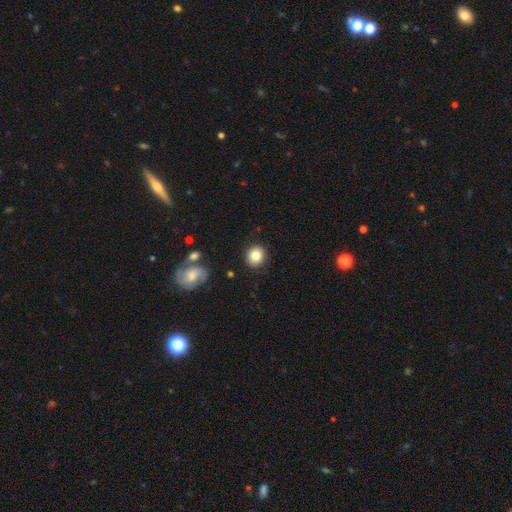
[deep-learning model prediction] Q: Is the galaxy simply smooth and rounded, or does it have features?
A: smooth — 84%.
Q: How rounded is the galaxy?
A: round — 79%.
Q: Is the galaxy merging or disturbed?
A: none — 88%.